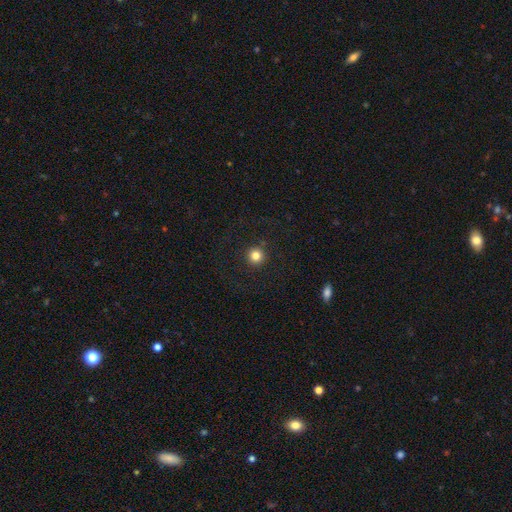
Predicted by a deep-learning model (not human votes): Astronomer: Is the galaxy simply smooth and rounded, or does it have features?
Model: smooth — 83%.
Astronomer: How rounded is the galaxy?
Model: round — 96%.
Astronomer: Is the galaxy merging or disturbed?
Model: none — 91%.